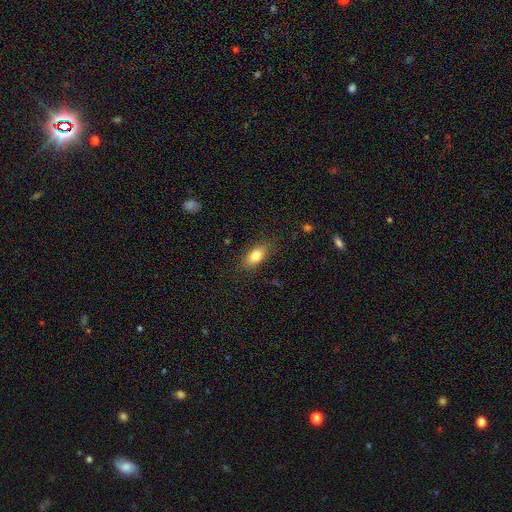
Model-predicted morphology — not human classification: A smooth galaxy with no disk features (80%) that is in between round and cigar-shaped (87%).

Vote fractions:
- Smooth or featured? smooth: 80% / featured or disk: 12% / star or artifact: 8%
- How rounded? in between: 87% / cigar-shaped: 7% / round: 6%
- Merging? none: 83% / minor disturbance: 12% / major disturbance: 3% / merger: 1%